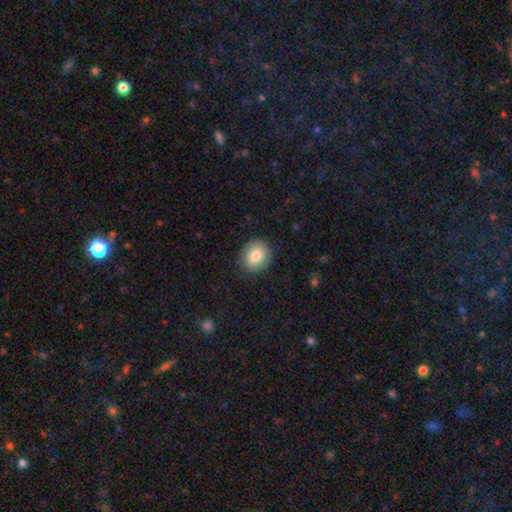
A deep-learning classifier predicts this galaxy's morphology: Overall: smooth (79%). How rounded: round (73%). Merging: none (83%).